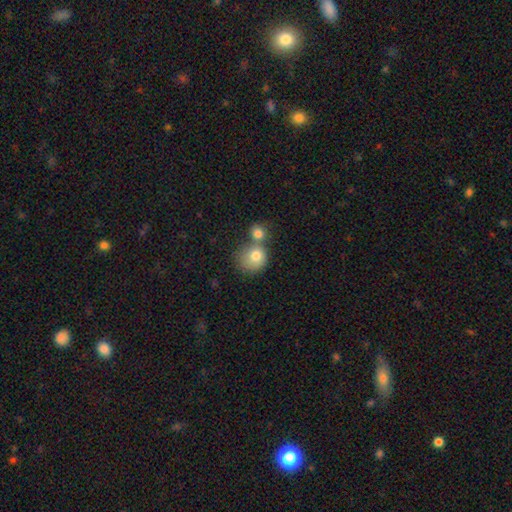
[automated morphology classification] smooth_or_featured: smooth (p=0.78) [alt: featured or disk p=0.12]
how_rounded: round (p=0.81) [alt: in between p=0.18]
merging: merger (p=0.52) [alt: none p=0.33]